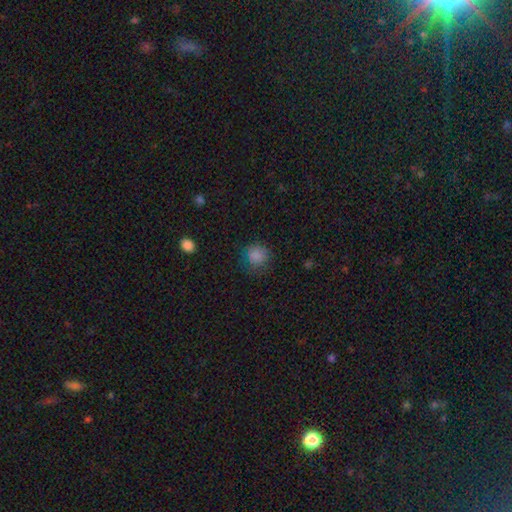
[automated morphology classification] A smooth galaxy with no disk features (83%) that is round (86%).

Vote fractions:
- Smooth or featured? smooth: 83% / star or artifact: 12% / featured or disk: 5%
- How rounded? round: 86% / in between: 13% / cigar-shaped: 1%
- Merging? none: 79% / minor disturbance: 15% / major disturbance: 5% / merger: 1%